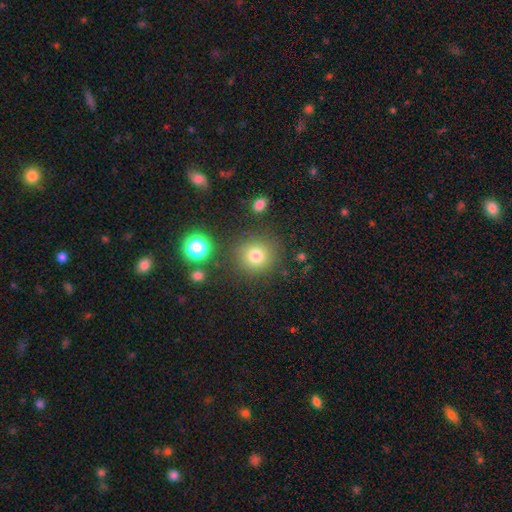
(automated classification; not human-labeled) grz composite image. It shows a smooth galaxy with no disk features (77%) that is round (89%). Merging: none (83%).